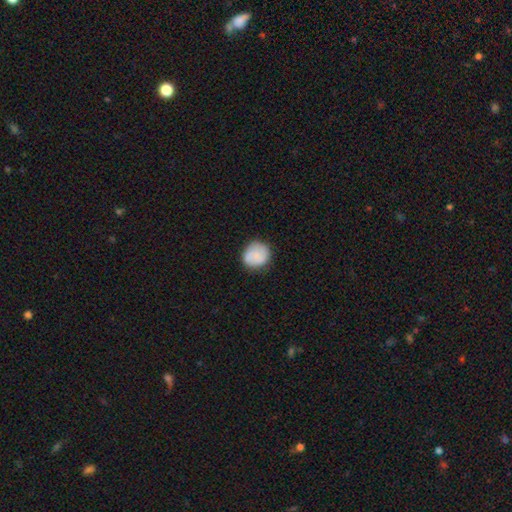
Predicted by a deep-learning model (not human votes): Overall: smooth (82%). How rounded: round (85%). Merging: none (83%).